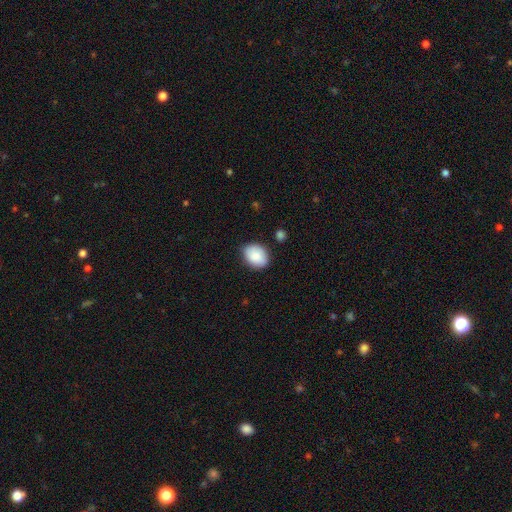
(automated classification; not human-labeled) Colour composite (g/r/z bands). It shows a smooth galaxy with no disk features (87%) that is in between round and cigar-shaped (69%). Merging: none (80%).